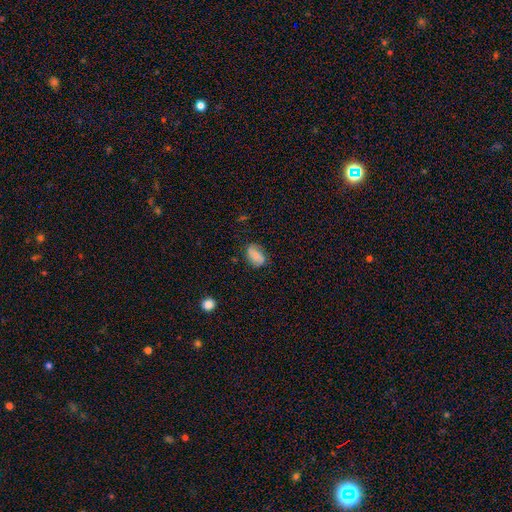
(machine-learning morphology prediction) The model was most divided on "merging": none: 69%, minor disturbance: 23%, major disturbance: 6%, merger: 2%. More confident: how rounded — in between (87%); smooth or featured — smooth (72%).